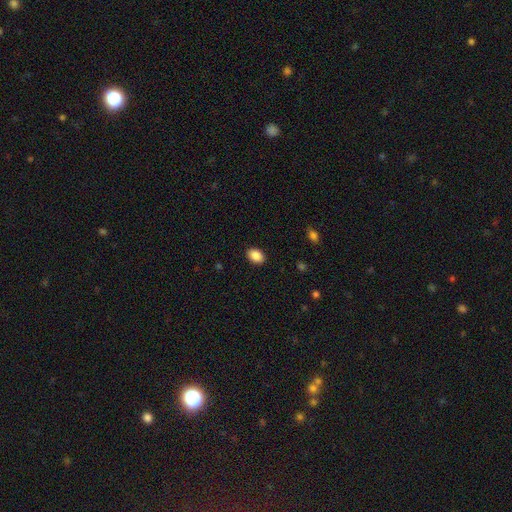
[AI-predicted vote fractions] Smooth or featured?
  - smooth: 88% *
  - star or artifact: 8%
  - featured or disk: 4%
How rounded?
  - in between: 82% *
  - round: 17%
  - cigar-shaped: 1%
Merging?
  - none: 89% *
  - minor disturbance: 8%
  - major disturbance: 2%
  - merger: 1%